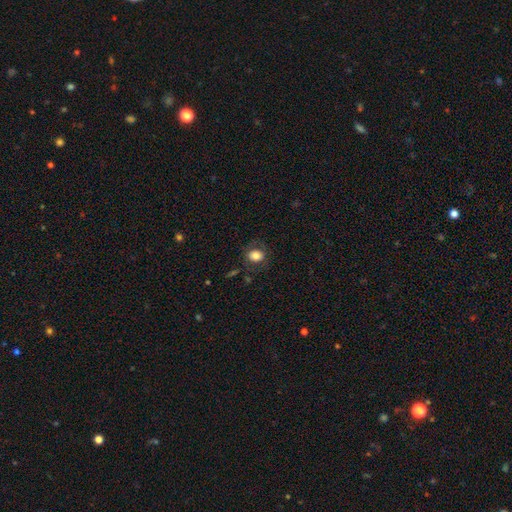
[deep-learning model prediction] smooth 77%, featured or disk 14%, star or artifact 9%. Down the decision tree: how rounded — round (51%); merging — none (75%).